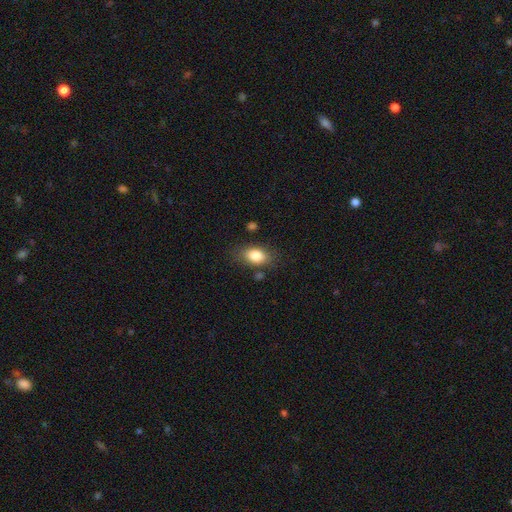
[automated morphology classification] Smooth or featured? Predicted: smooth (p=0.83). How rounded? Predicted: in between (p=0.81). Merging? Predicted: none (p=0.76).